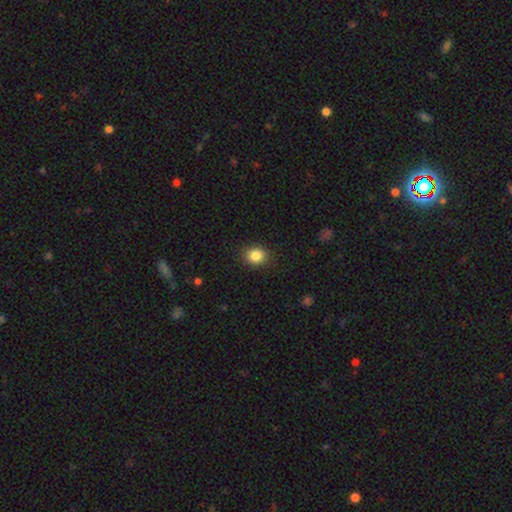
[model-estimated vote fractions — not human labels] This appears to be a smooth galaxy with no disk features (85%) that is round (64%). Merging: none (87%).